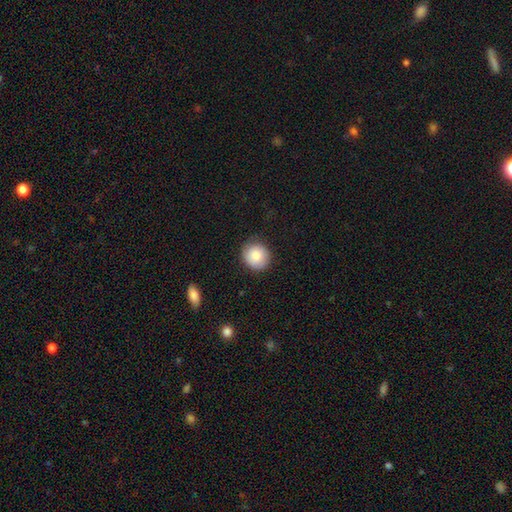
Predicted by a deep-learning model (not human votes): Overall: smooth (84%). How rounded: round (89%). Merging: none (82%).